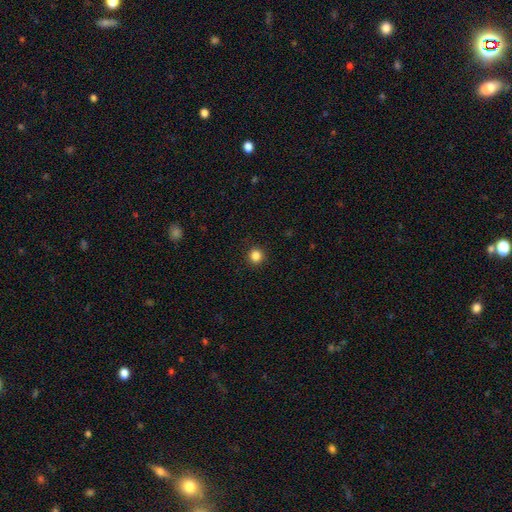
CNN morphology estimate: Smooth or featured: smooth — 85% (star or artifact — 12%)
How rounded: round — 93% (in between — 6%)
Merging: none — 92% (minor disturbance — 5%)